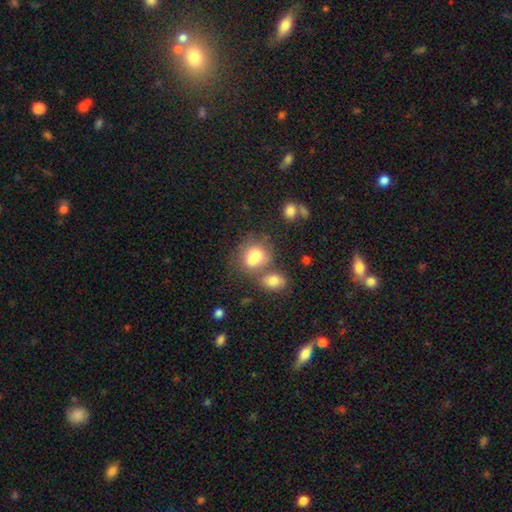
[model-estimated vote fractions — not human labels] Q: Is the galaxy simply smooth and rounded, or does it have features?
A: smooth — 75%.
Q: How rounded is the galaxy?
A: round — 54%.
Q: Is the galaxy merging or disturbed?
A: merger — 42%.